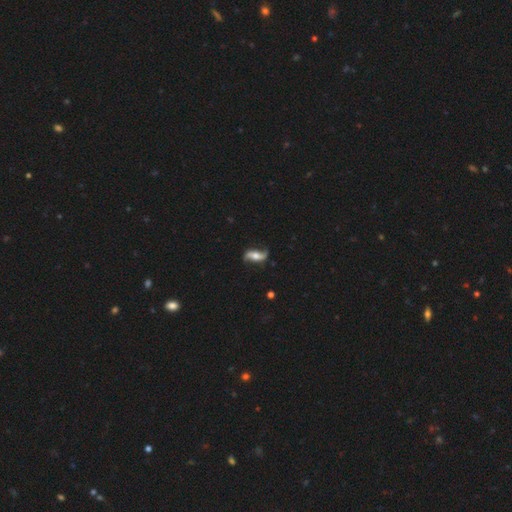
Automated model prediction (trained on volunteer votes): Q: Smooth or featured?
A: featured or disk (79%); runner-up: smooth (15%)
Q: Edge-on disk?
A: no (88%); runner-up: yes (12%)
Q: Bar?
A: no (50%); runner-up: weak (28%)
Q: Spiral arms?
A: yes (93%); runner-up: no (7%)
Q: Spiral winding?
A: loose (81%); runner-up: medium (14%)
Q: Spiral arm count?
A: 2 (92%); runner-up: can't tell (3%)
Q: Bulge size?
A: moderate (60%); runner-up: small (19%)
Q: Merging?
A: none (75%); runner-up: minor disturbance (17%)